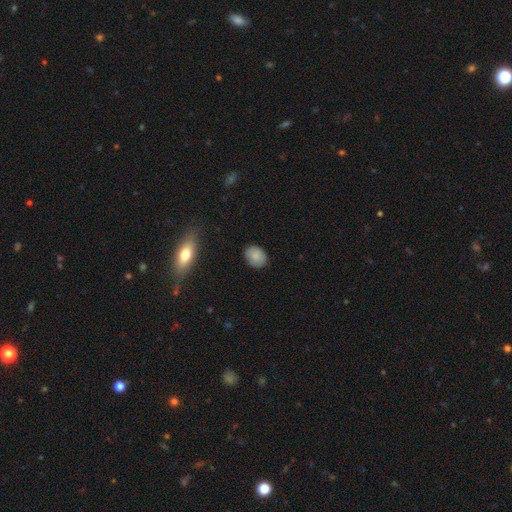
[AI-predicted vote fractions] smooth_or_featured: smooth (p=0.83) [alt: featured or disk p=0.09]
how_rounded: round (p=0.53) [alt: in between p=0.46]
merging: none (p=0.82) [alt: minor disturbance p=0.14]